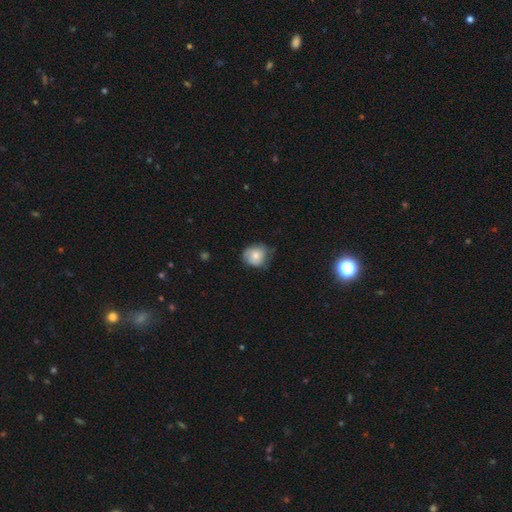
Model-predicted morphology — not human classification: smooth_or_featured: smooth (p=0.68) [alt: featured or disk p=0.24]
how_rounded: round (p=0.76) [alt: in between p=0.23]
merging: none (p=0.56) [alt: minor disturbance p=0.34]